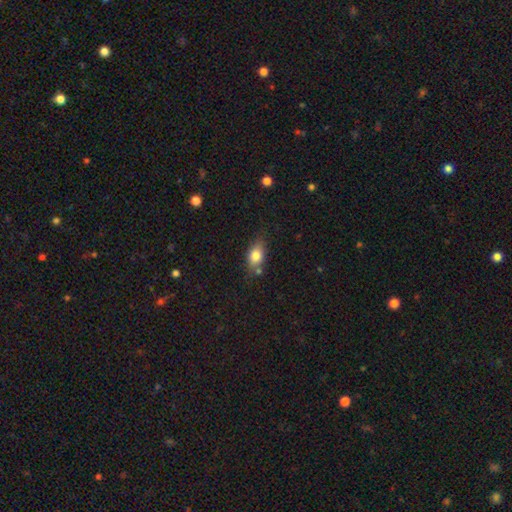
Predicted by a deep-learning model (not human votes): Smooth or featured?
  - smooth: 80% *
  - featured or disk: 12%
  - star or artifact: 9%
How rounded?
  - in between: 80% *
  - round: 16%
  - cigar-shaped: 5%
Merging?
  - none: 68% *
  - minor disturbance: 20%
  - merger: 8%
  - major disturbance: 5%